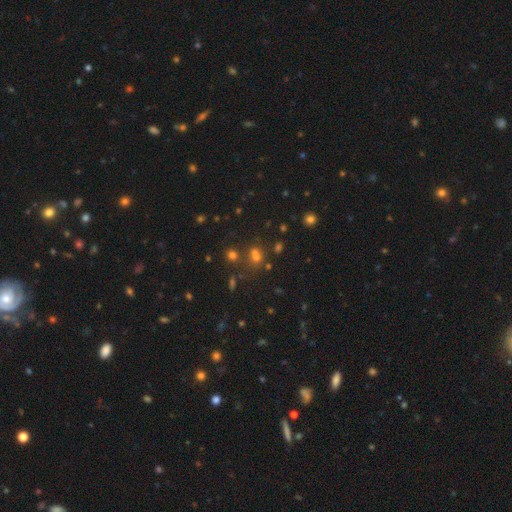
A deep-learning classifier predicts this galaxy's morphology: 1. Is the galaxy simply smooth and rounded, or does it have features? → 49% smooth, 39% star or artifact, 11% featured or disk.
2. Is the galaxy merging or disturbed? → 55% none, 31% merger, 10% minor disturbance, 5% major disturbance.